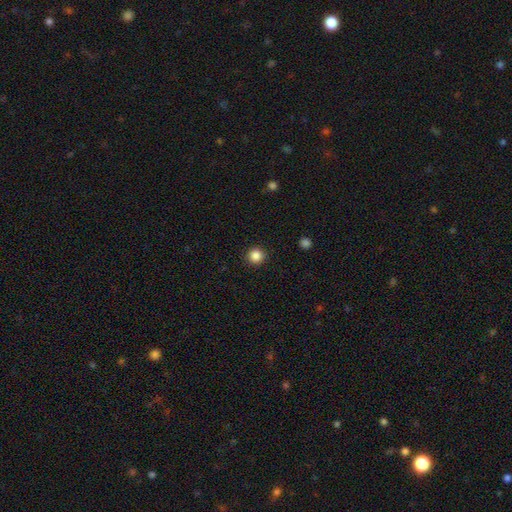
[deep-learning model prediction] Smooth or featured: smooth — 86% (star or artifact — 11%)
How rounded: round — 95% (in between — 5%)
Merging: none — 92% (minor disturbance — 5%)